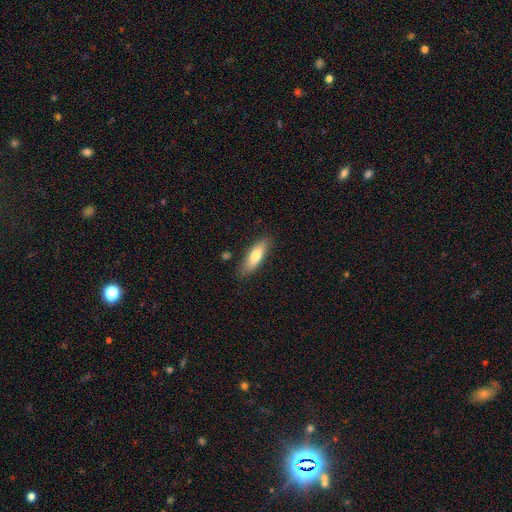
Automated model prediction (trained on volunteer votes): Overall: smooth (73%). How rounded: in between (56%; cigar-shaped 42%). Merging: none (82%).